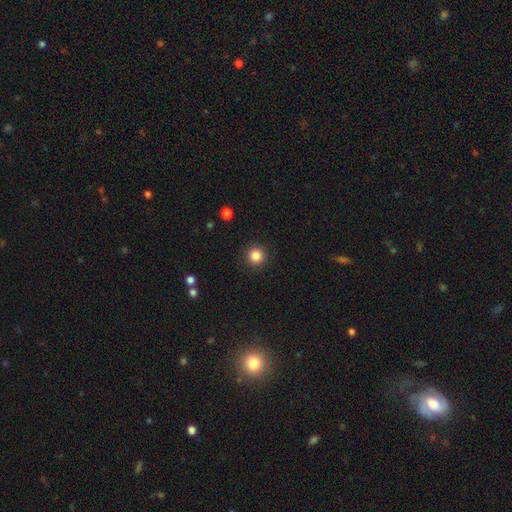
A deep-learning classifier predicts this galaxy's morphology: smooth 86%, star or artifact 11%, featured or disk 4%. Down the decision tree: how rounded — round (95%); merging — none (92%).